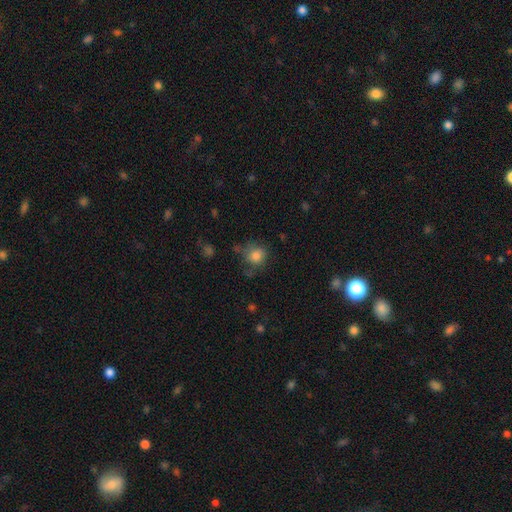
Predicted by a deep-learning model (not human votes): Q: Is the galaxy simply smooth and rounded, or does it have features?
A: smooth — 81%.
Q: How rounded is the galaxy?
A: round — 83%.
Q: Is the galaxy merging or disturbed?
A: none — 60%.